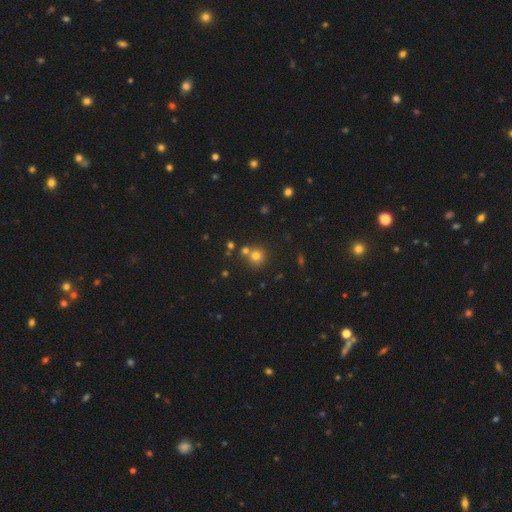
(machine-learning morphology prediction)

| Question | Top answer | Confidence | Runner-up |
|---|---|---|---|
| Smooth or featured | smooth | 73% | star or artifact (16%) |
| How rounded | round | 89% | in between (10%) |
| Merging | none | 62% | merger (26%) |